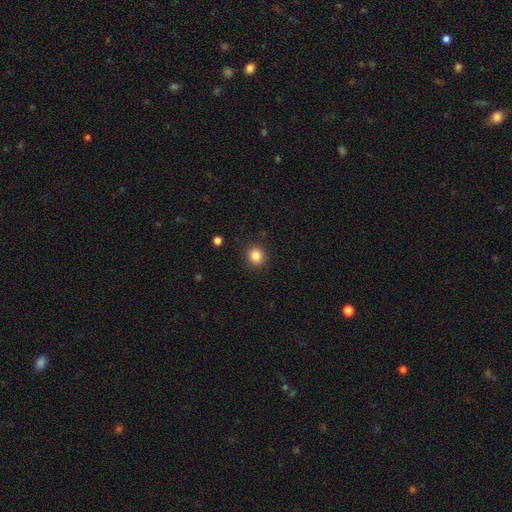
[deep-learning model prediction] Smooth or featured: smooth — 85% (star or artifact — 11%)
How rounded: round — 86% (in between — 13%)
Merging: none — 90% (minor disturbance — 6%)